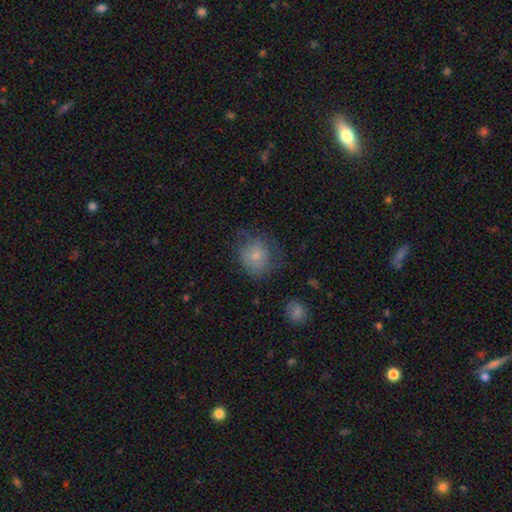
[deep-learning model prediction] Smooth or featured: smooth — 74% (featured or disk — 18%)
How rounded: round — 75% (in between — 24%)
Merging: none — 54% (minor disturbance — 27%)